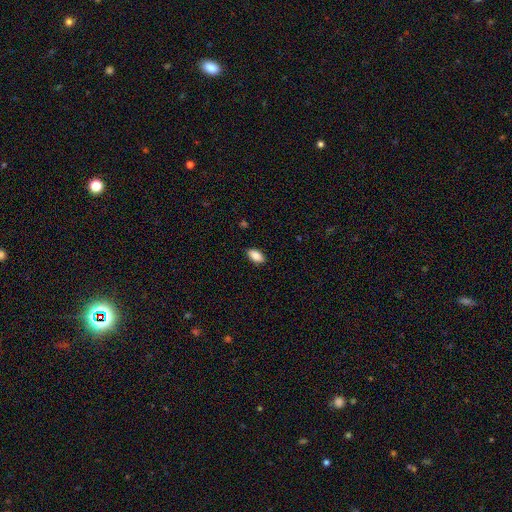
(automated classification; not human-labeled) A smooth galaxy with no disk features (88%) that is in between round and cigar-shaped (93%). Merging: none (87%).